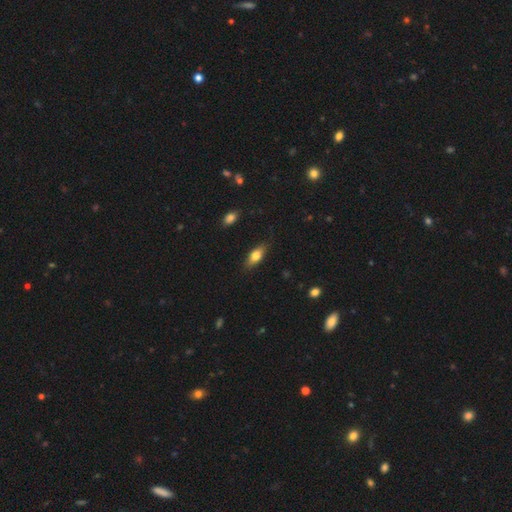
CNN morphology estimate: Smooth or featured? Predicted: smooth (p=0.71). How rounded? Predicted: in between (p=0.75). Merging? Predicted: none (p=0.81).